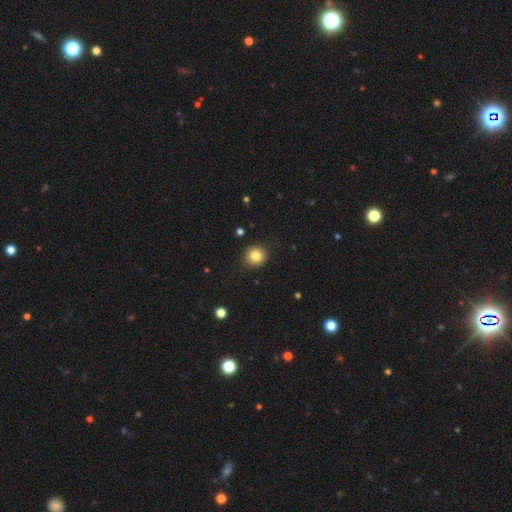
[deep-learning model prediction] This is clearly a smooth galaxy (82%). How rounded: clearly round (90%). Merging: clearly none (87%).